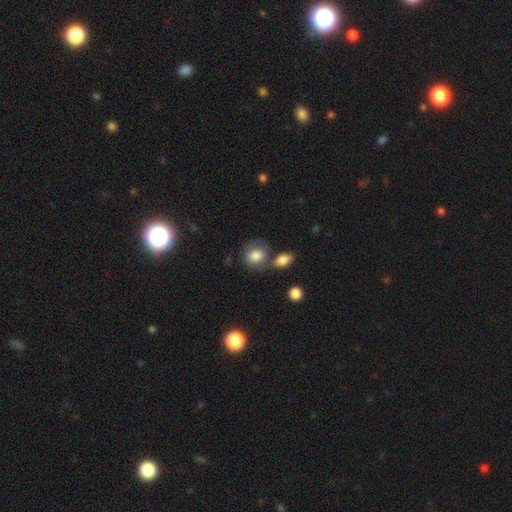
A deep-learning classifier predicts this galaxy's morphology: This is clearly a smooth galaxy (81%). How rounded: possibly round (56%). Merging: possibly none (54%).